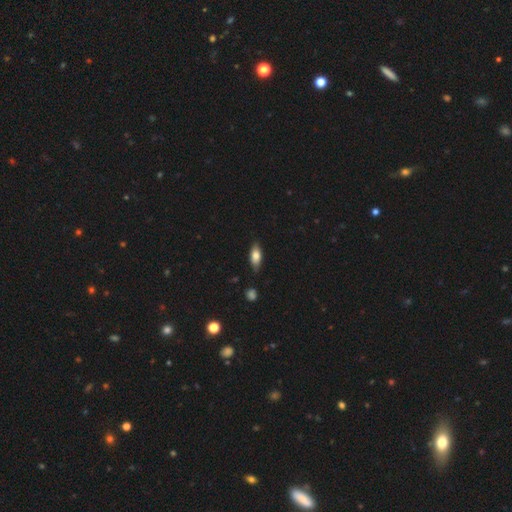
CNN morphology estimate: Q: Smooth or featured?
A: smooth (73%); runner-up: featured or disk (20%)
Q: How rounded?
A: in between (80%); runner-up: cigar-shaped (17%)
Q: Merging?
A: none (79%); runner-up: minor disturbance (17%)